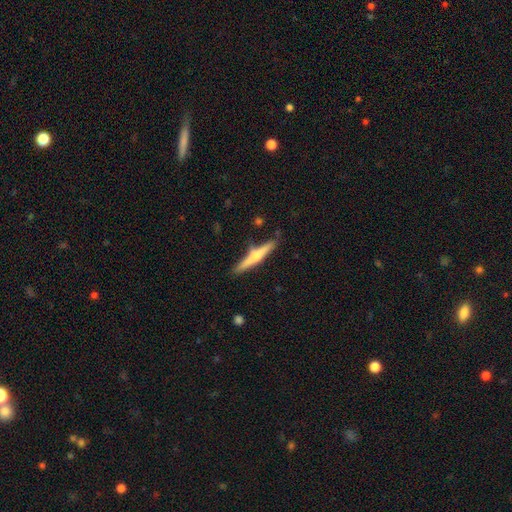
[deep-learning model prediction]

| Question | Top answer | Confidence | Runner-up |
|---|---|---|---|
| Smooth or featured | featured or disk | 52% | smooth (42%) |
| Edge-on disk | yes | 97% | no (3%) |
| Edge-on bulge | rounded | 79% | none (14%) |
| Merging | none | 81% | minor disturbance (12%) |